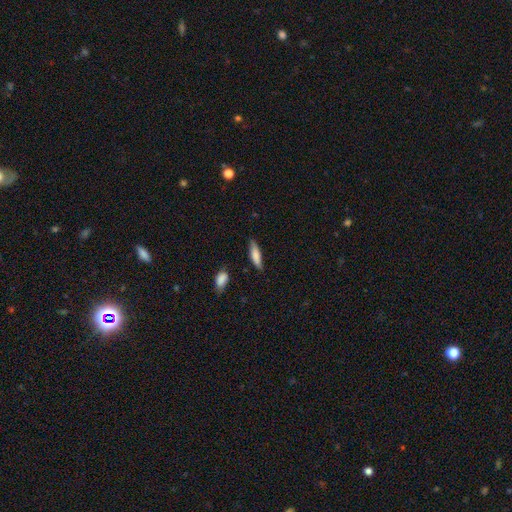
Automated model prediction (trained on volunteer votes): Overall: smooth (77%). How rounded: cigar-shaped (62%; in between 36%). Merging: none (77%).